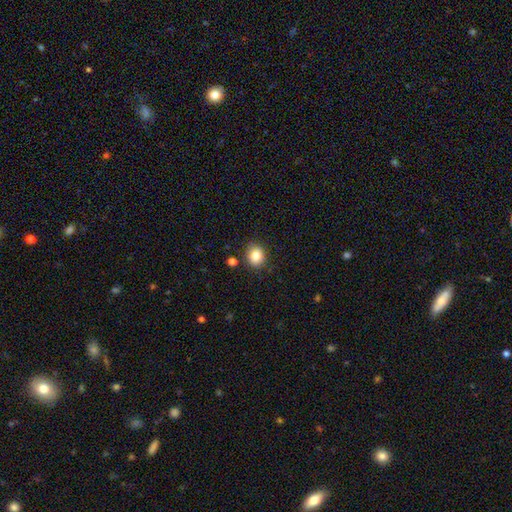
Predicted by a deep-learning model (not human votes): A smooth galaxy with no disk features (82%) that is round (69%). Merging: none (84%).